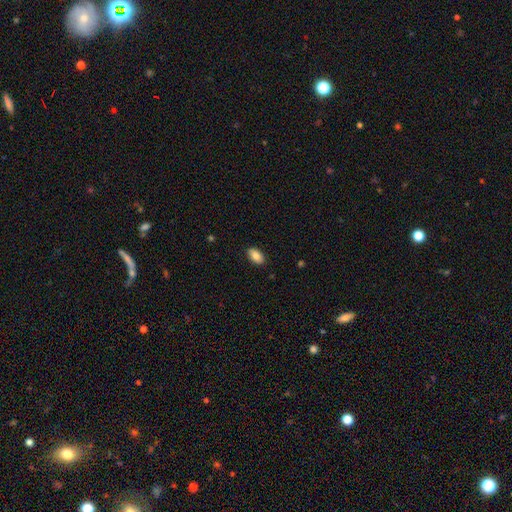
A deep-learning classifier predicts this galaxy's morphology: Smooth or featured? smooth (83%)
How rounded? in between (93%)
Merging? none (88%)